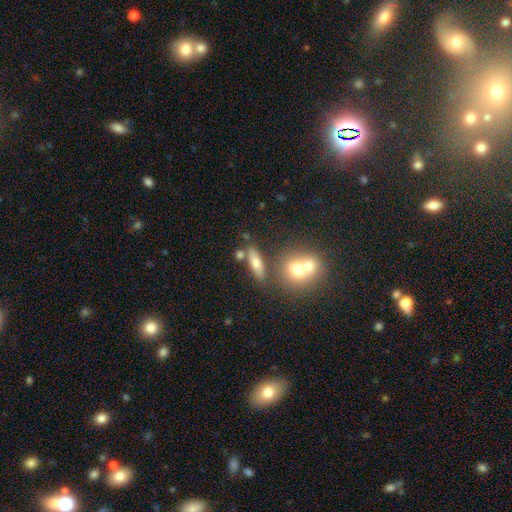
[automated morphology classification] The model was most divided on "smooth or featured": smooth: 47%, featured or disk: 39%, star or artifact: 14%. More confident: merging — none (55%).